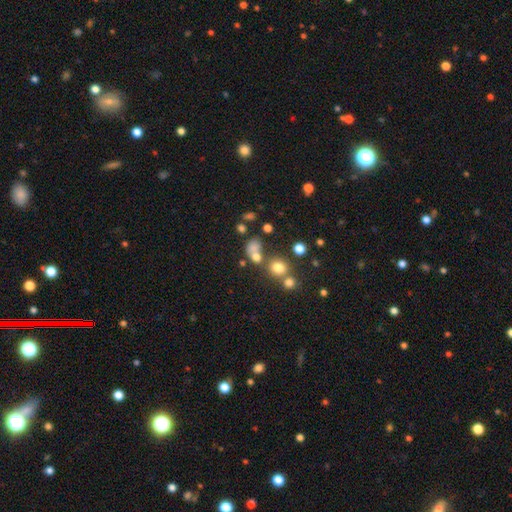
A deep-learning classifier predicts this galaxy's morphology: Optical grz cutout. It shows a smooth galaxy with no disk features (69%) that is round (62%). Merging: none (42%).